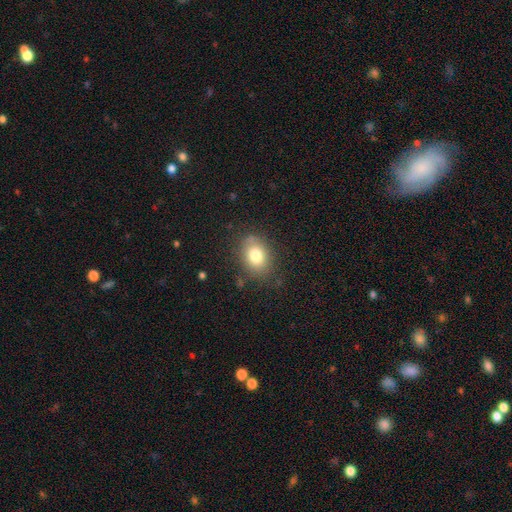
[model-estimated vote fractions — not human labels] Q: Smooth or featured?
A: smooth (79%); runner-up: featured or disk (12%)
Q: How rounded?
A: in between (70%); runner-up: round (29%)
Q: Merging?
A: none (78%); runner-up: minor disturbance (15%)